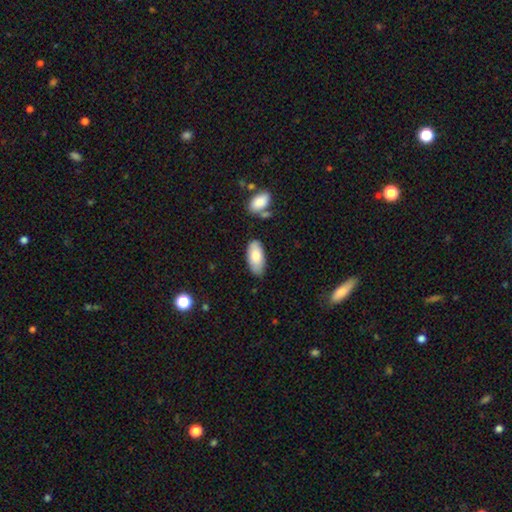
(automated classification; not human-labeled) A smooth galaxy with no disk features (81%) that is in between round and cigar-shaped (91%). Merging: none (74%).